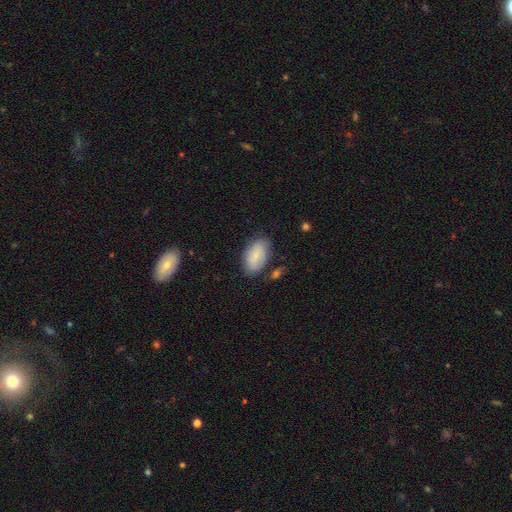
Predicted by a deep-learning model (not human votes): Smooth or featured?
  - smooth: 74% *
  - featured or disk: 19%
  - star or artifact: 7%
How rounded?
  - in between: 94% *
  - round: 4%
  - cigar-shaped: 2%
Merging?
  - none: 73% *
  - minor disturbance: 19%
  - major disturbance: 4%
  - merger: 4%